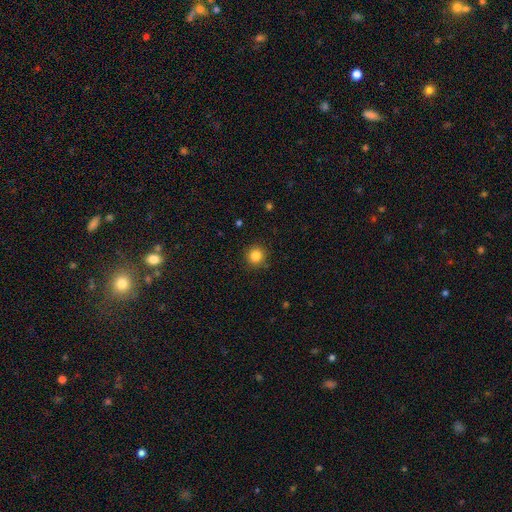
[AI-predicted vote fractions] smooth 84%, star or artifact 11%, featured or disk 4%. Down the decision tree: how rounded — round (94%); merging — none (90%).